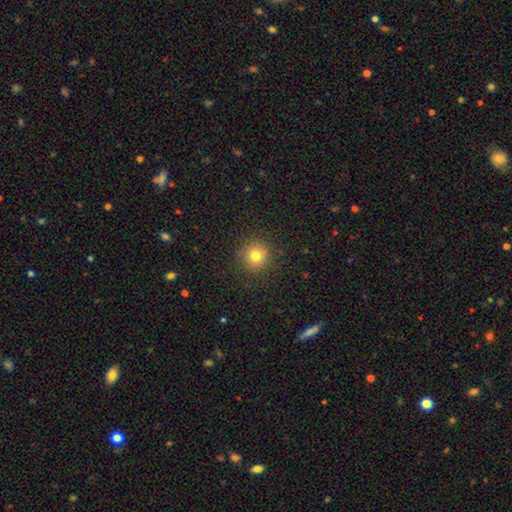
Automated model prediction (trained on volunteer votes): smooth_or_featured: smooth (p=0.76) [alt: star or artifact p=0.16]
how_rounded: round (p=0.94) [alt: in between p=0.06]
merging: none (p=0.87) [alt: minor disturbance p=0.08]